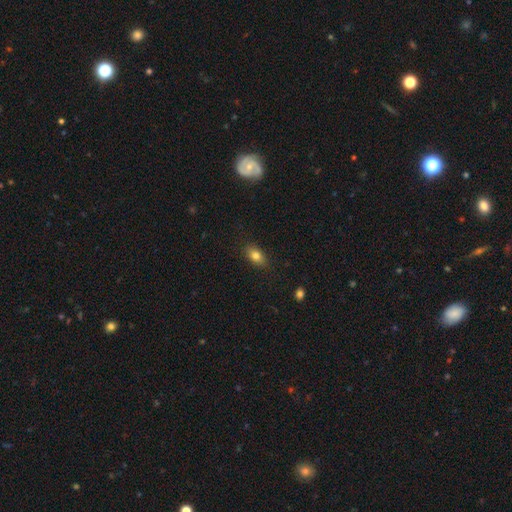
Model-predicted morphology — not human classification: Smooth or featured? smooth (80%)
How rounded? in between (85%)
Merging? none (86%)